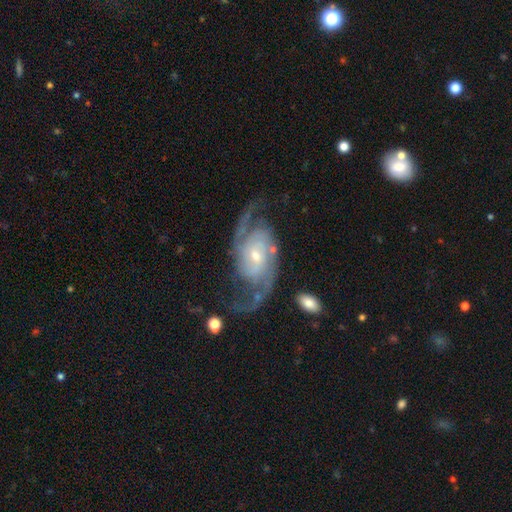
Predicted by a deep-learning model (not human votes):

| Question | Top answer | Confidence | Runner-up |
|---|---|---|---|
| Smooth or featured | featured or disk | 91% | star or artifact (5%) |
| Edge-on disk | no | 97% | yes (3%) |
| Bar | no | 51% | weak (38%) |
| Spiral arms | yes | 98% | no (2%) |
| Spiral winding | medium | 49% | loose (28%) |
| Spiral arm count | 2 | 88% | can't tell (4%) |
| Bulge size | small | 56% | moderate (39%) |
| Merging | none | 67% | minor disturbance (16%) |